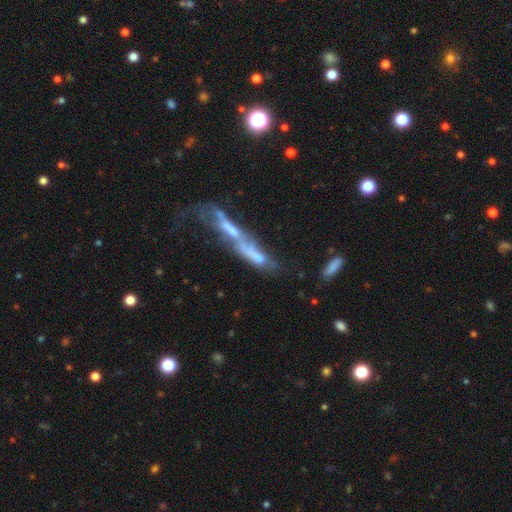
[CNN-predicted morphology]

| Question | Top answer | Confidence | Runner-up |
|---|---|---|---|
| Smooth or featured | smooth | 45% | featured or disk (43%) |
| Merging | merger | 63% | major disturbance (16%) |